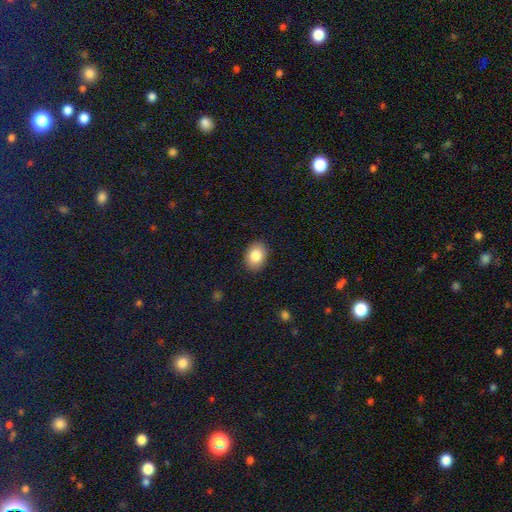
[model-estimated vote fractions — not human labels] smooth_or_featured: smooth (p=0.84) [alt: star or artifact p=0.08]
how_rounded: in between (p=0.70) [alt: round p=0.29]
merging: none (p=0.89) [alt: minor disturbance p=0.08]